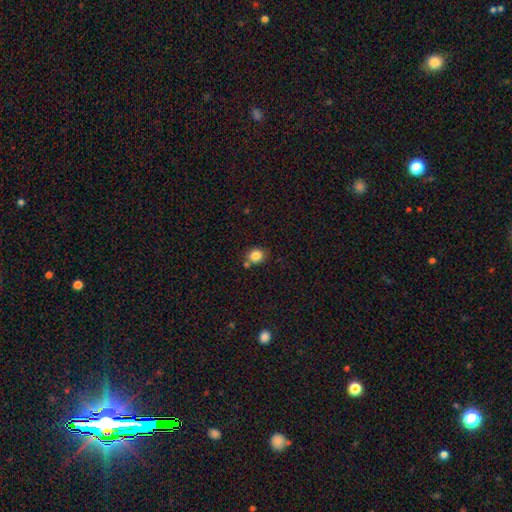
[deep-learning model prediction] Overall: smooth (84%). How rounded: round (74%). Merging: none (69%).